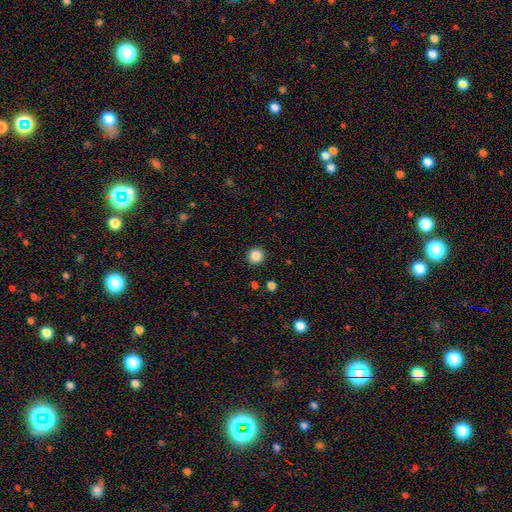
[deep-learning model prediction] Q: Smooth or featured?
A: smooth (86%); runner-up: star or artifact (11%)
Q: How rounded?
A: round (94%); runner-up: in between (5%)
Q: Merging?
A: none (92%); runner-up: minor disturbance (5%)